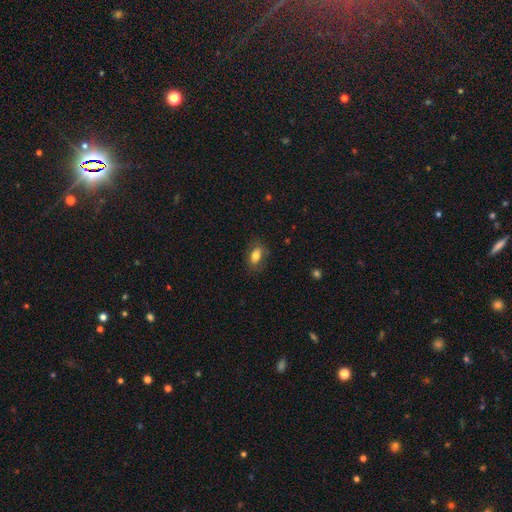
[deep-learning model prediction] smooth_or_featured: smooth (p=0.75) [alt: featured or disk p=0.17]
how_rounded: in between (p=0.87) [alt: round p=0.09]
merging: none (p=0.78) [alt: minor disturbance p=0.15]